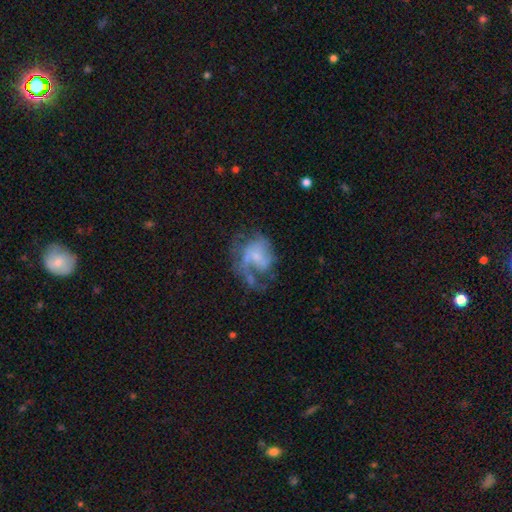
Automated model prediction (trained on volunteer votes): The model was most divided on "bulge size": small: 38%, none: 29%, moderate: 25%, large: 6%, dominant: 2%. Remaining: edge-on disk — no (98%); bar — no (68%); spiral arms — yes (66%); smooth or featured — featured or disk (64%); merging — major disturbance (44%).